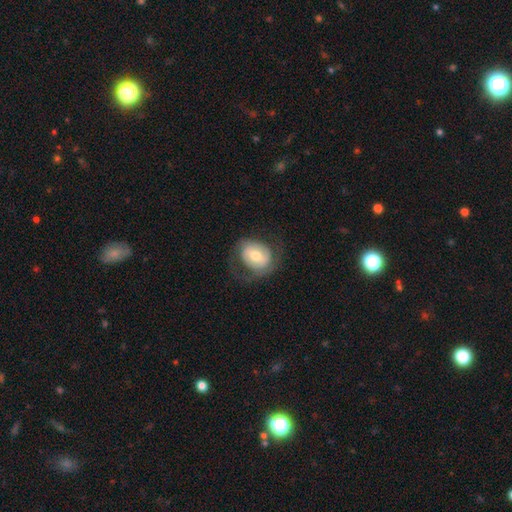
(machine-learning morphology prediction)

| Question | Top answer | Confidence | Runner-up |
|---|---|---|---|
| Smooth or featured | smooth | 47% | featured or disk (46%) |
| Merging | none | 64% | minor disturbance (19%) |